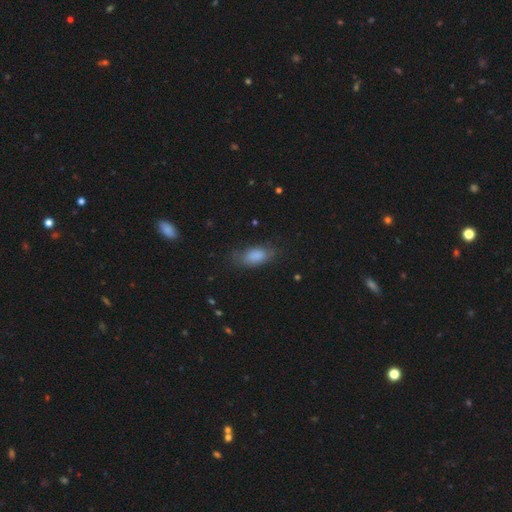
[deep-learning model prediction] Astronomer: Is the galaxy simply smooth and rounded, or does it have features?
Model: smooth — 84%.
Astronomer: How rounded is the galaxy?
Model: in between — 90%.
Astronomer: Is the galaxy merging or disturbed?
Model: none — 69%.